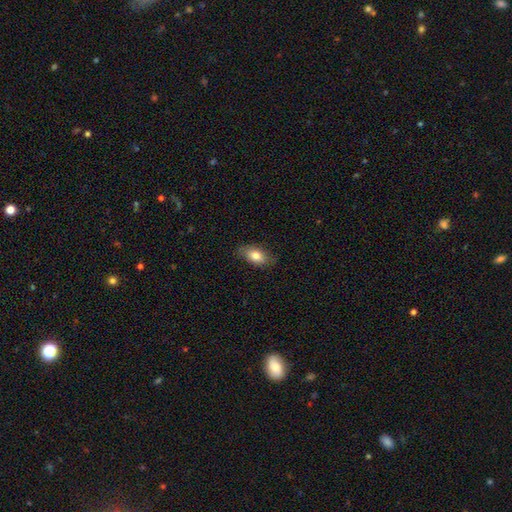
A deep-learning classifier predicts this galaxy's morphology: Overall: smooth (80%). How rounded: in between (89%). Merging: none (80%).